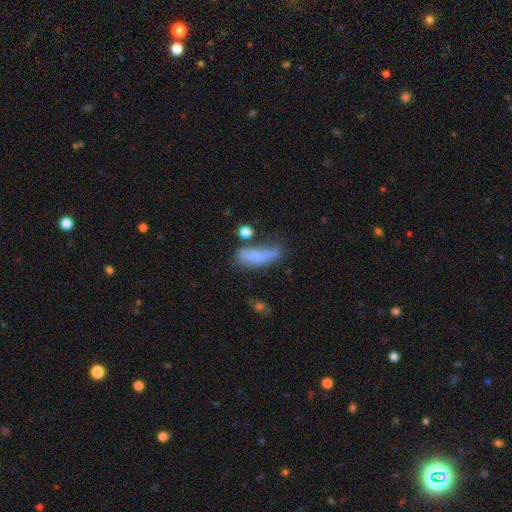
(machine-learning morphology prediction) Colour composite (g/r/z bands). It shows a smooth galaxy with no disk features (69%) that is in between round and cigar-shaped (49%). Merging: none (41%).